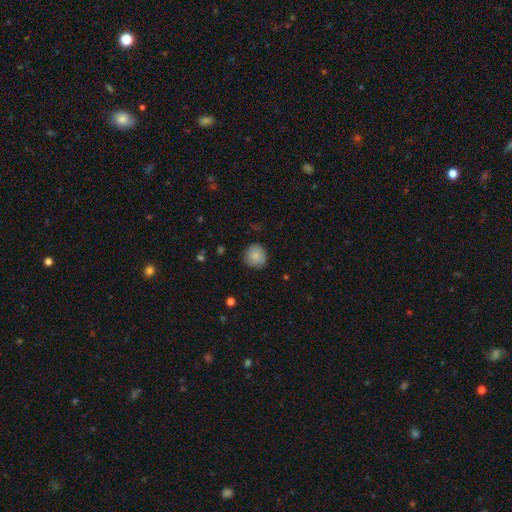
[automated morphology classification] Smooth or featured: smooth — 85% (star or artifact — 7%)
How rounded: round — 91% (in between — 8%)
Merging: none — 85% (minor disturbance — 12%)